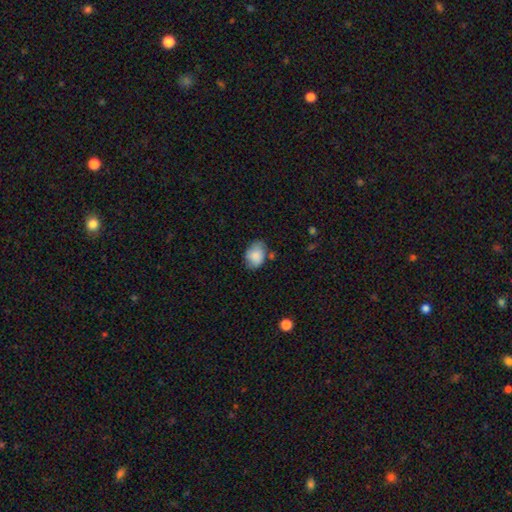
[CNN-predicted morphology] Smooth or featured?
  - smooth: 82% *
  - featured or disk: 10%
  - star or artifact: 7%
How rounded?
  - in between: 72% *
  - round: 27%
  - cigar-shaped: 1%
Merging?
  - none: 64% *
  - minor disturbance: 26%
  - major disturbance: 6%
  - merger: 5%